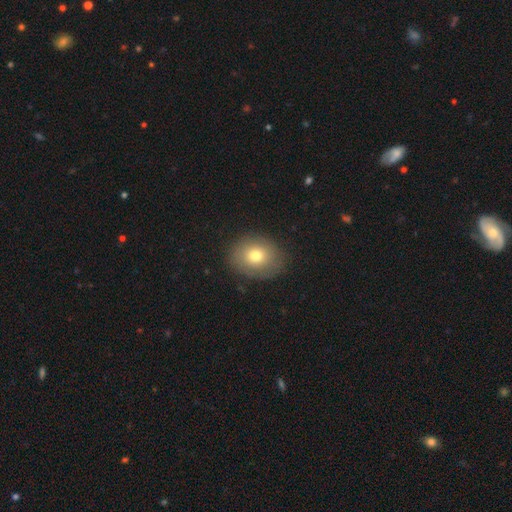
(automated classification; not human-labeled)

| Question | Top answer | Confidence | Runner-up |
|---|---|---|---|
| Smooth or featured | smooth | 74% | featured or disk (15%) |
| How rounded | round | 53% | in between (46%) |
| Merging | none | 84% | minor disturbance (12%) |